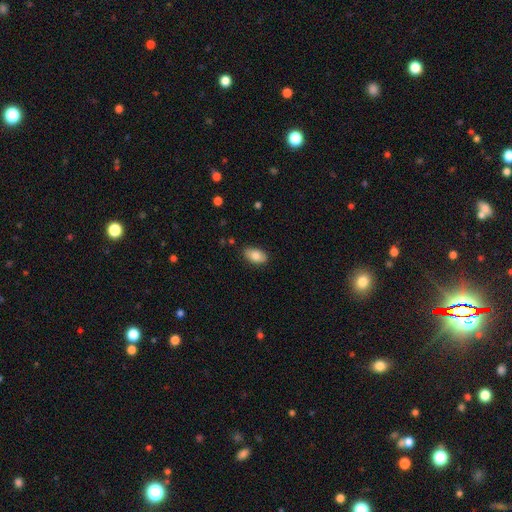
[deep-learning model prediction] A smooth galaxy with no disk features (83%) that is in between round and cigar-shaped (93%). Merging: none (85%).